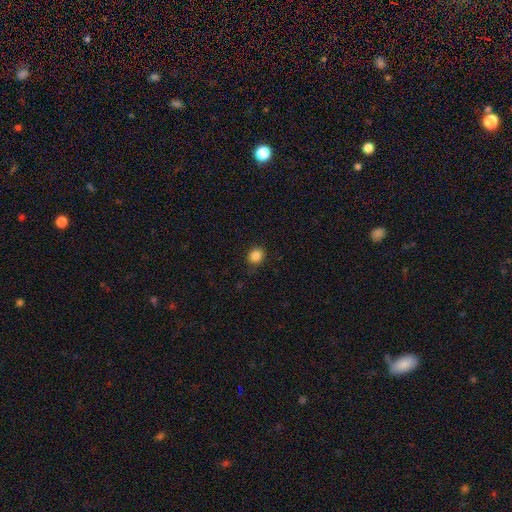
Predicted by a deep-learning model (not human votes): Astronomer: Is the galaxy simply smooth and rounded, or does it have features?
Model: smooth — 85%.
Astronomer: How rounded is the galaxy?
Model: round — 81%.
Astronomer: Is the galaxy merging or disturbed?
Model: none — 85%.